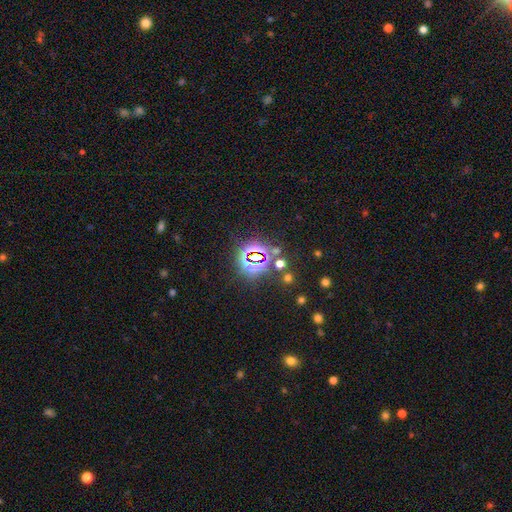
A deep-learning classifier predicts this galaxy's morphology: Q: Smooth or featured?
A: star or artifact (73%); runner-up: smooth (18%)